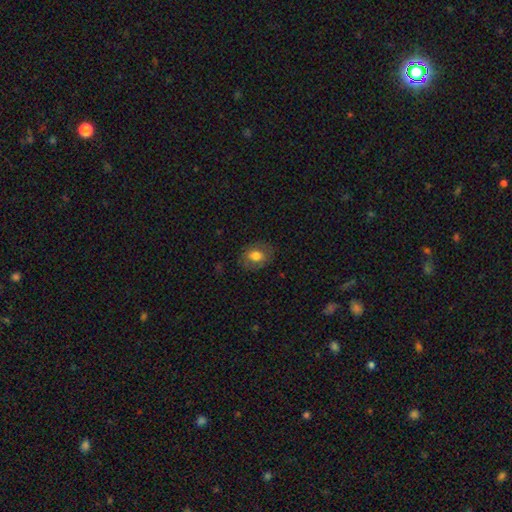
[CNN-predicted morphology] Smooth or featured?
  - smooth: 72% *
  - featured or disk: 19%
  - star or artifact: 9%
How rounded?
  - in between: 58% *
  - round: 41%
  - cigar-shaped: 1%
Merging?
  - none: 81% *
  - minor disturbance: 13%
  - major disturbance: 4%
  - merger: 1%